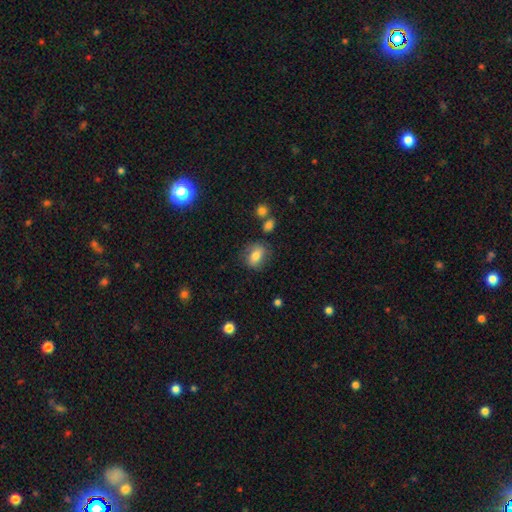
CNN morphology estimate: A smooth galaxy with no disk features (74%) that is in between round and cigar-shaped (66%).

Vote fractions:
- Smooth or featured? smooth: 74% / featured or disk: 17% / star or artifact: 9%
- How rounded? in between: 66% / round: 32% / cigar-shaped: 2%
- Merging? none: 74% / minor disturbance: 17% / major disturbance: 6% / merger: 4%